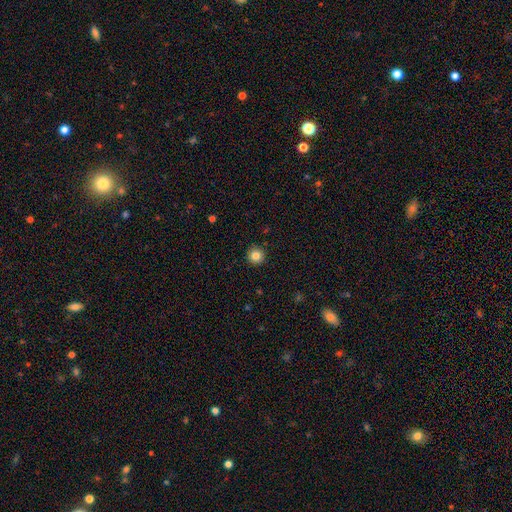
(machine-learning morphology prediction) Q: Smooth or featured?
A: smooth (83%); runner-up: star or artifact (11%)
Q: How rounded?
A: round (96%); runner-up: in between (3%)
Q: Merging?
A: none (93%); runner-up: minor disturbance (5%)